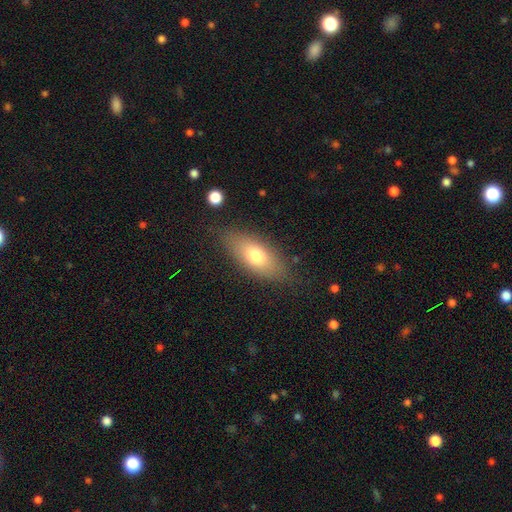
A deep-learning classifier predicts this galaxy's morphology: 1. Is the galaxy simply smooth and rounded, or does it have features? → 71% smooth, 21% featured or disk, 8% star or artifact.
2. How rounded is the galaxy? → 79% in between, 16% cigar-shaped, 5% round.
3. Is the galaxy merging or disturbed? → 79% none, 14% minor disturbance, 5% major disturbance, 2% merger.